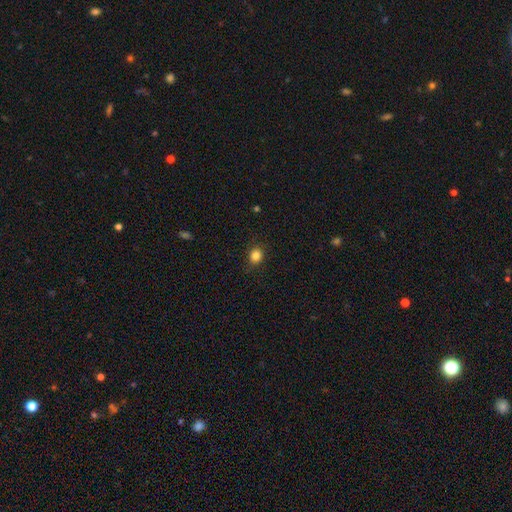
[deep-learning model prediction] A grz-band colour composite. It shows a smooth galaxy with no disk features (84%) that is round (74%). Merging: none (85%).